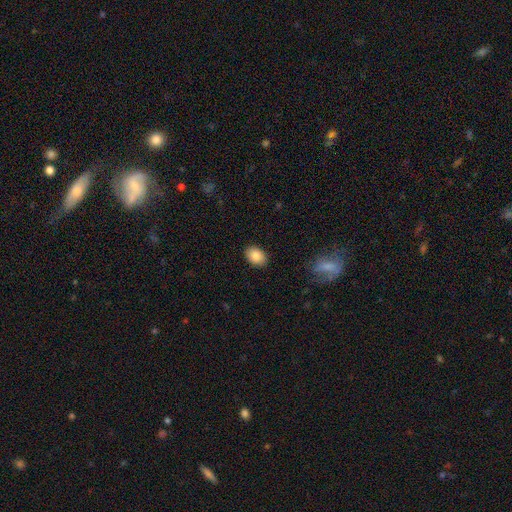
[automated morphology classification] Smooth or featured: smooth — 86% (star or artifact — 8%)
How rounded: in between — 79% (round — 20%)
Merging: none — 89% (minor disturbance — 8%)